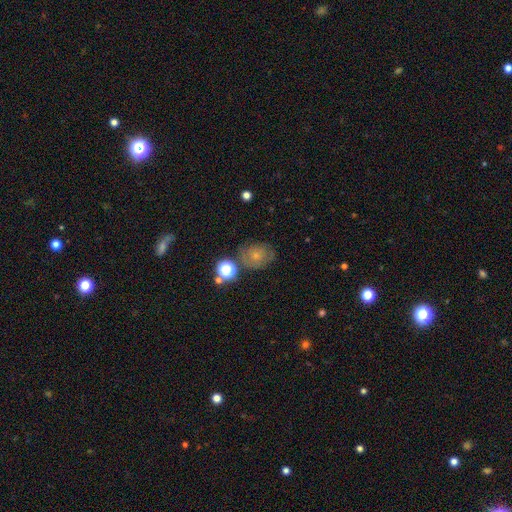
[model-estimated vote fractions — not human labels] Morphology: type=smooth (52%); roundness=round (64%); merging=none (65%).